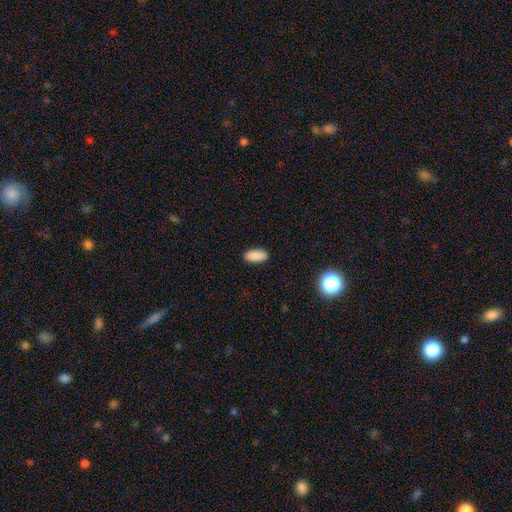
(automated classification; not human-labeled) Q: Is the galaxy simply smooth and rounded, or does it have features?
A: smooth — 89%.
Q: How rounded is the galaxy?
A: in between — 89%.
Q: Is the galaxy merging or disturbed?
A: none — 90%.